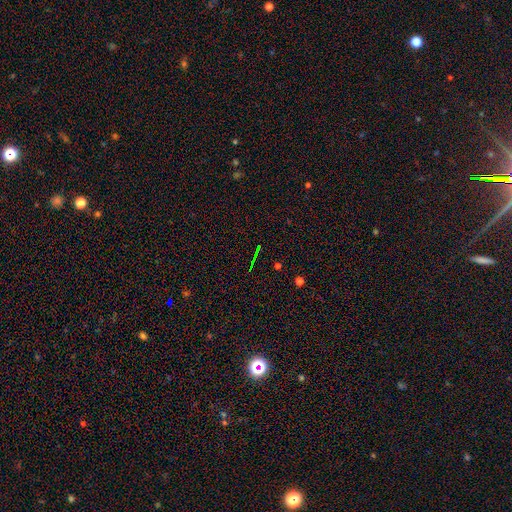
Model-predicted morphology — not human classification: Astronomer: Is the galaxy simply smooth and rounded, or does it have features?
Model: star or artifact — 73%.